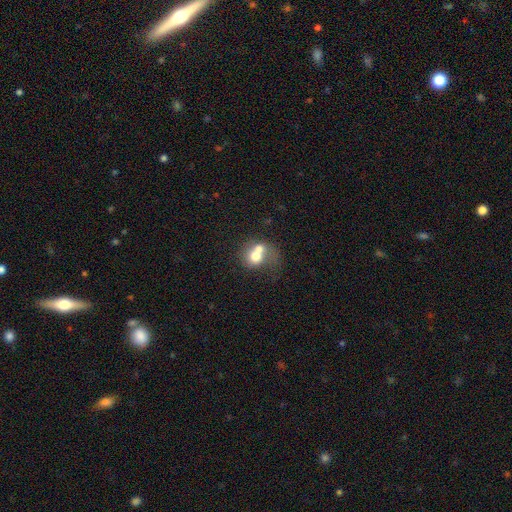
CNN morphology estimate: smooth 64%, featured or disk 27%, star or artifact 9%. Down the decision tree: how rounded — round (62%); merging — merger (67%).